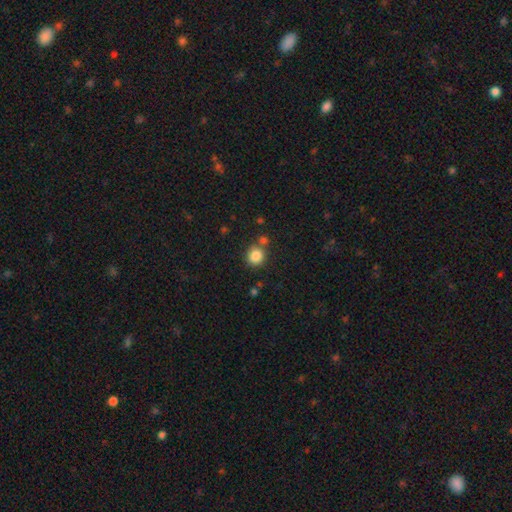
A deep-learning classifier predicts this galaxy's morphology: A smooth galaxy with no disk features (85%) that is round (84%). Merging: none (72%).